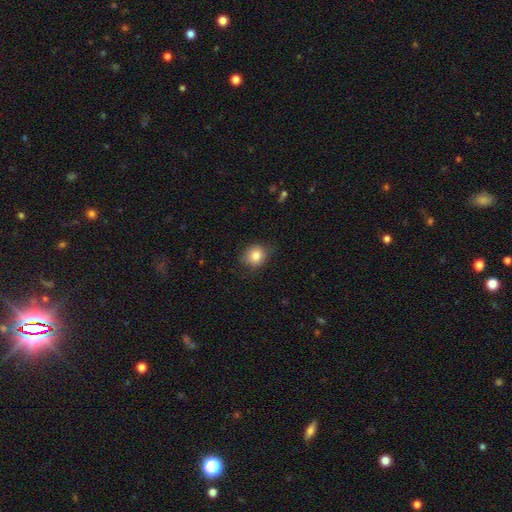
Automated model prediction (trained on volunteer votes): Overall: smooth (83%). How rounded: round (72%). Merging: none (77%).